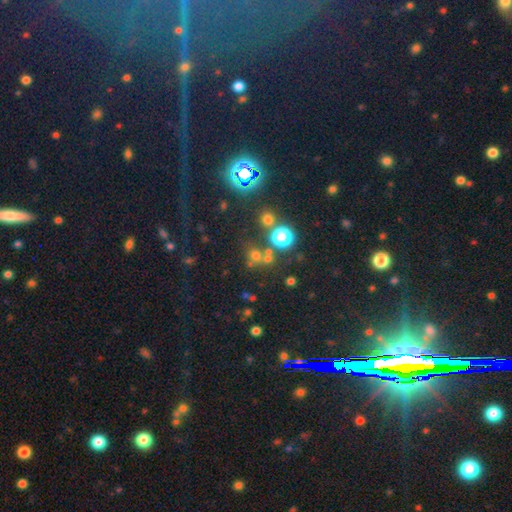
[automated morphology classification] This appears to be a smooth galaxy with no disk features (51%) that is round (86%). Merging: none (64%).